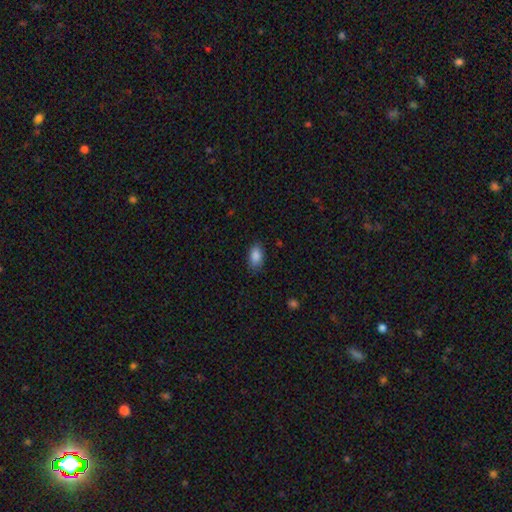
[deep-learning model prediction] A smooth galaxy with no disk features (88%) that is in between round and cigar-shaped (91%). Merging: none (83%).